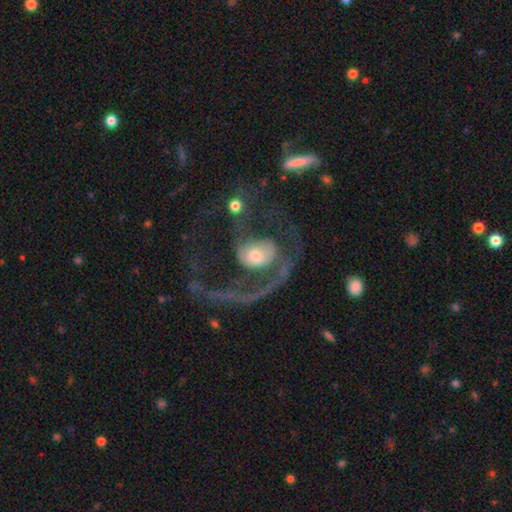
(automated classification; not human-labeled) A featured or disk galaxy (71%) with no bar (68%), 2 (41%) loose (55%) spiral arms (78%) and a moderate central bulge (52%). Merging: major disturbance (53%).